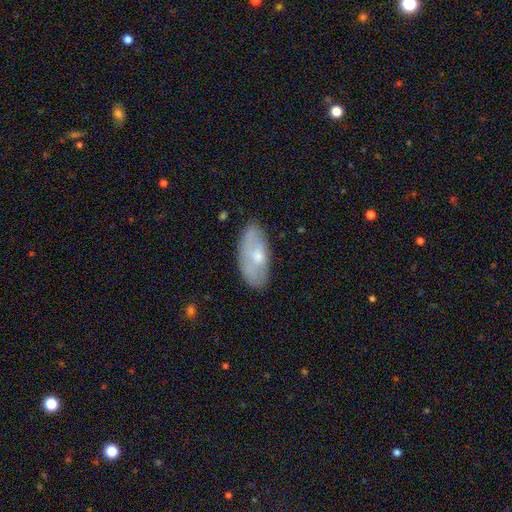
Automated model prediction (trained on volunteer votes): Morphology: type=smooth (56%); roundness=in between (91%); merging=none (72%).